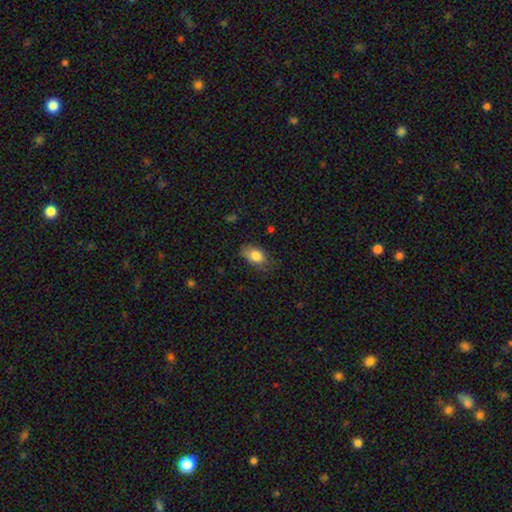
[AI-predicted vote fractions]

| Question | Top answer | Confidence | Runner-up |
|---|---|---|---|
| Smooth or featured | smooth | 83% | featured or disk (10%) |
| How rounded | in between | 88% | round (10%) |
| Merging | none | 65% | minor disturbance (26%) |